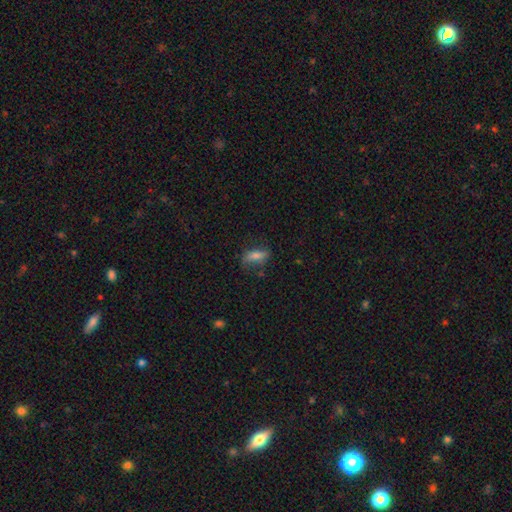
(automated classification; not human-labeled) A smooth galaxy with no disk features (67%) that is in between round and cigar-shaped (67%). Merging: none (65%).